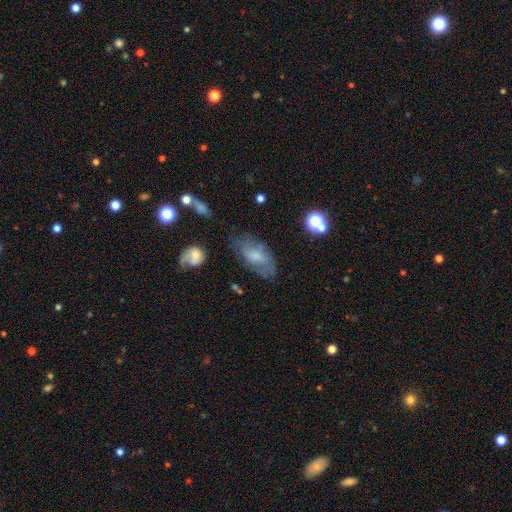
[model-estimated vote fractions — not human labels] smooth_or_featured: smooth (p=0.55) [alt: featured or disk p=0.35]
how_rounded: in between (p=0.91) [alt: cigar-shaped p=0.05]
merging: none (p=0.62) [alt: minor disturbance p=0.24]